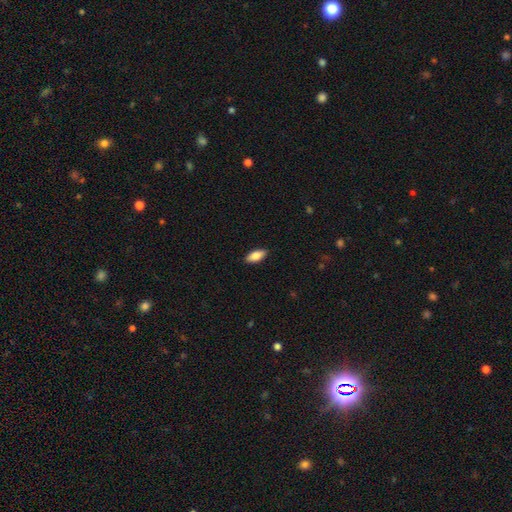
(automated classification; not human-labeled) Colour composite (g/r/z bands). It shows a smooth galaxy with no disk features (84%) that is in between round and cigar-shaped (85%). Merging: none (89%).